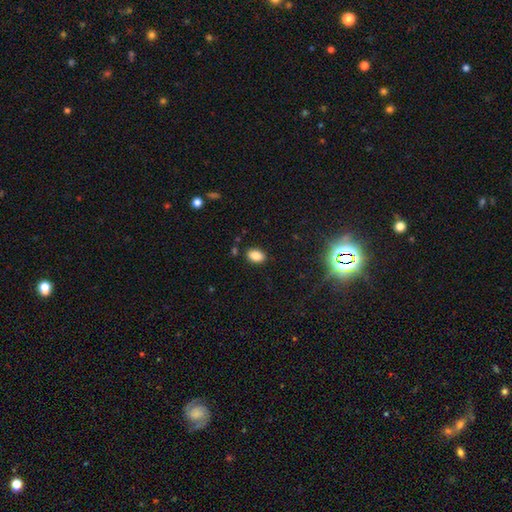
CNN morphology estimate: A smooth galaxy with no disk features (85%) that is in between round and cigar-shaped (86%). Merging: none (86%).